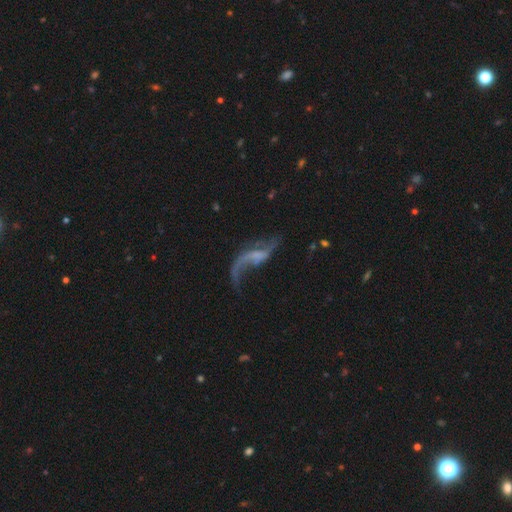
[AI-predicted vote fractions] Q: Smooth or featured?
A: featured or disk (83%); runner-up: smooth (9%)
Q: Edge-on disk?
A: no (94%); runner-up: yes (6%)
Q: Bar?
A: no (44%); runner-up: weak (40%)
Q: Spiral arms?
A: yes (90%); runner-up: no (10%)
Q: Spiral winding?
A: loose (93%); runner-up: medium (6%)
Q: Spiral arm count?
A: 2 (77%); runner-up: 1 (18%)
Q: Bulge size?
A: none (52%); runner-up: small (33%)
Q: Merging?
A: none (48%); runner-up: major disturbance (29%)